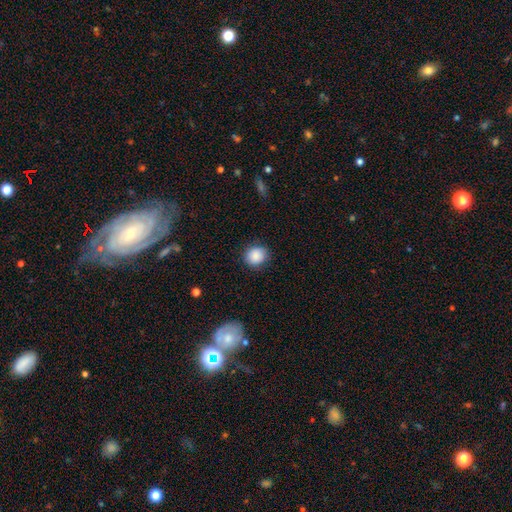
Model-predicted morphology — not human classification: smooth 88%, star or artifact 8%, featured or disk 4%. Down the decision tree: how rounded — round (81%); merging — none (86%).